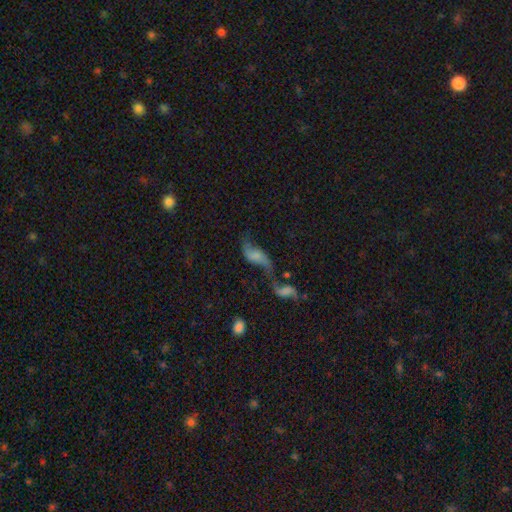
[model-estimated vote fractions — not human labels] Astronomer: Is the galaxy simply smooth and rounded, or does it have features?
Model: featured or disk — 56% (runner-up: smooth, 32%).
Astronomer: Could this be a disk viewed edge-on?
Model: no — 92%.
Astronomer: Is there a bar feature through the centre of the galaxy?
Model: no — 59%.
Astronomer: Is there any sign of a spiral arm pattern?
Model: yes — 77%.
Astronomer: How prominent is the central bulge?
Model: none — 58%.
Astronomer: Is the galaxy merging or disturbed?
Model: merger — 51%.